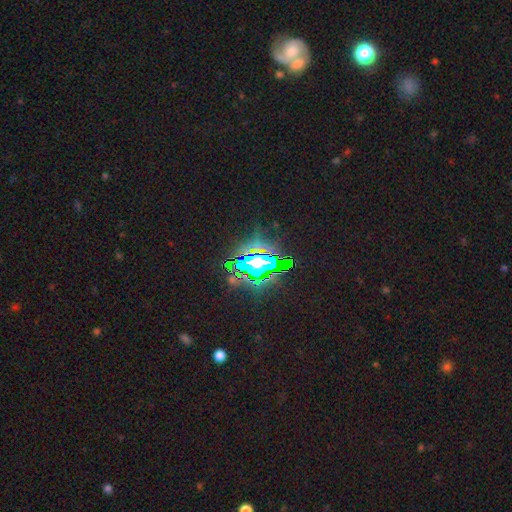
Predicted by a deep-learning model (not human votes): This appears to be a star or artifact, not a galaxy (80%).